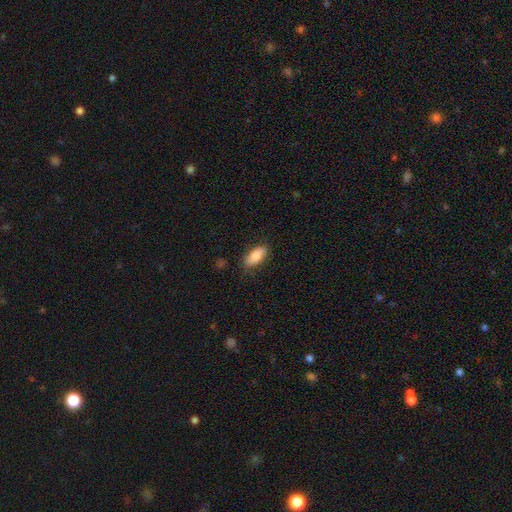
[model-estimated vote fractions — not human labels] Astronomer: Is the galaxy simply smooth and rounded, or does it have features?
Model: smooth — 84%.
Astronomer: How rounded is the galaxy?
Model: in between — 84%.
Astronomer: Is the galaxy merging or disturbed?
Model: none — 82%.